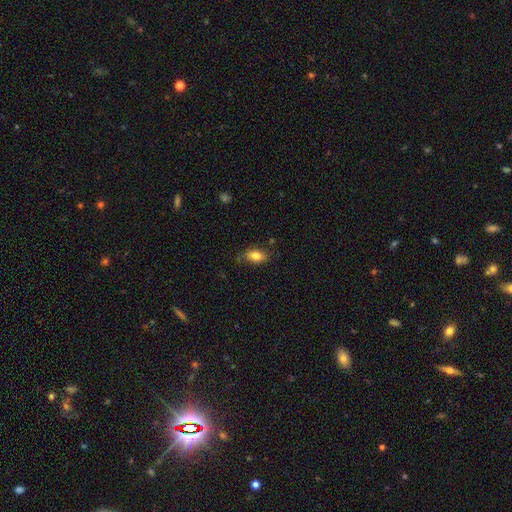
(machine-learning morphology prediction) The model was most divided on "merging": none: 79%, minor disturbance: 16%, major disturbance: 3%, merger: 2%. More confident: how rounded — in between (85%); smooth or featured — smooth (80%).